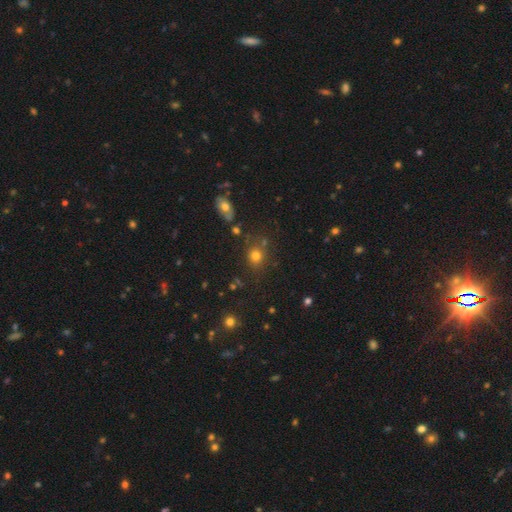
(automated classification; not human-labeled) Smooth or featured?
  - smooth: 74% *
  - star or artifact: 17%
  - featured or disk: 9%
How rounded?
  - round: 78% *
  - in between: 21%
  - cigar-shaped: 1%
Merging?
  - none: 73% *
  - minor disturbance: 13%
  - merger: 10%
  - major disturbance: 5%